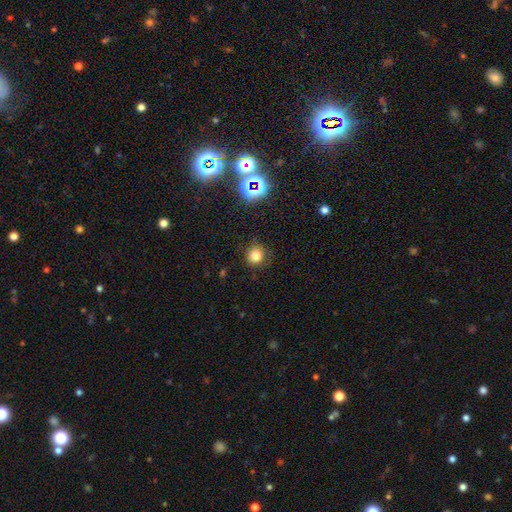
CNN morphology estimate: Smooth or featured? smooth (78%)
How rounded? round (87%)
Merging? none (80%)